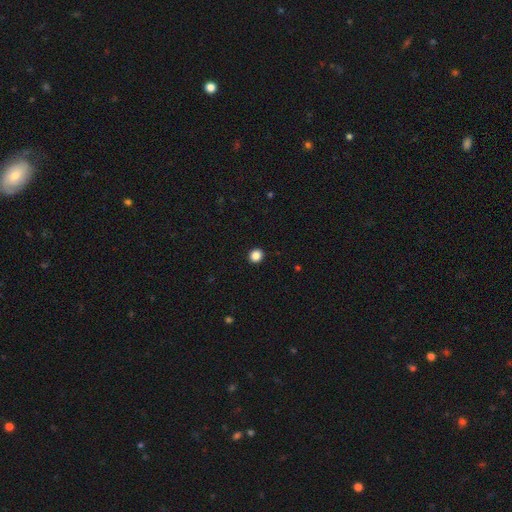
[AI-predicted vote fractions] This appears to be a smooth galaxy with no disk features (87%) that is round (90%). Merging: none (94%).